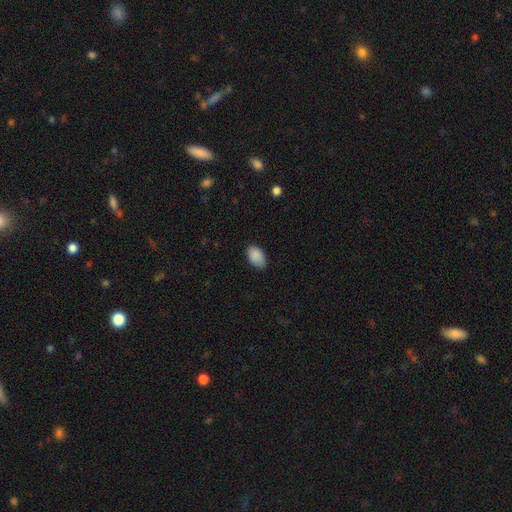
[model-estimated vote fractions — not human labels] smooth_or_featured: smooth (p=0.89) [alt: star or artifact p=0.07]
how_rounded: in between (p=0.92) [alt: round p=0.06]
merging: none (p=0.78) [alt: minor disturbance p=0.18]